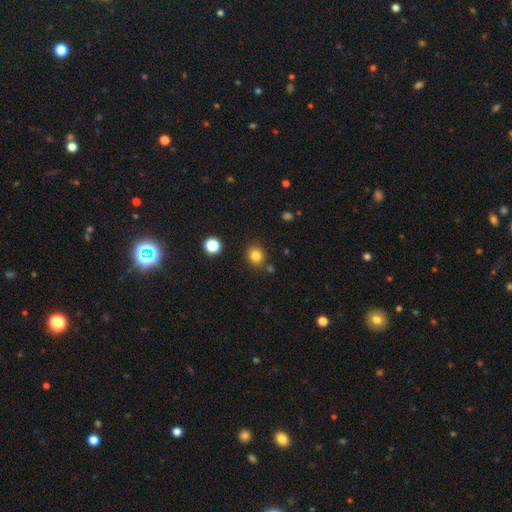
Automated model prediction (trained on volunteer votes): Smooth or featured? Predicted: smooth (p=0.82). How rounded? Predicted: round (p=0.79). Merging? Predicted: none (p=0.83).